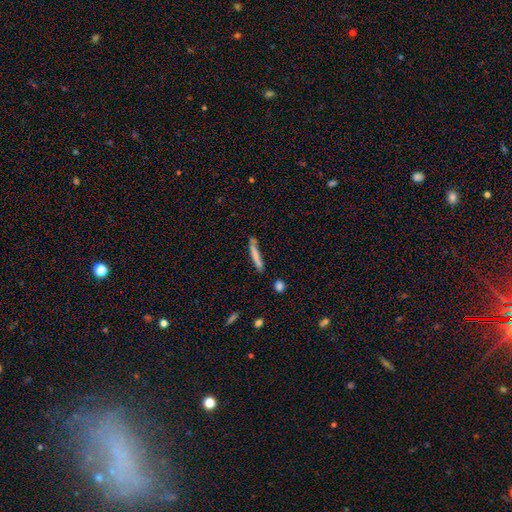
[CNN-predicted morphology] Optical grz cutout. It shows a smooth galaxy with no disk features (71%) that is cigar-shaped (94%). Merging: none (69%).